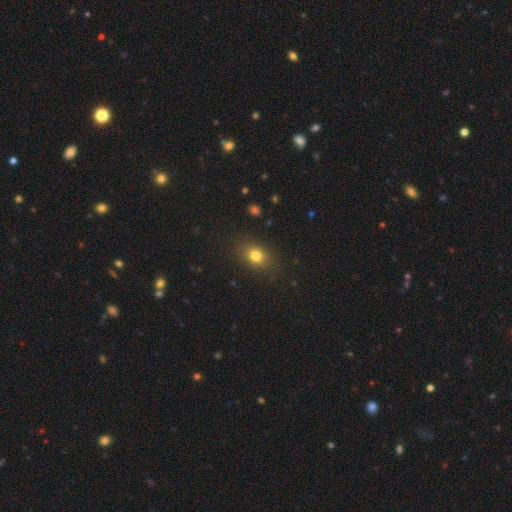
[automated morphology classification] smooth-or-featured: smooth: 79% | star or artifact: 13% | featured or disk: 9%
  how-rounded: in between: 57% | round: 41% | cigar-shaped: 2%
  merging: none: 83% | minor disturbance: 12% | major disturbance: 4% | merger: 1%